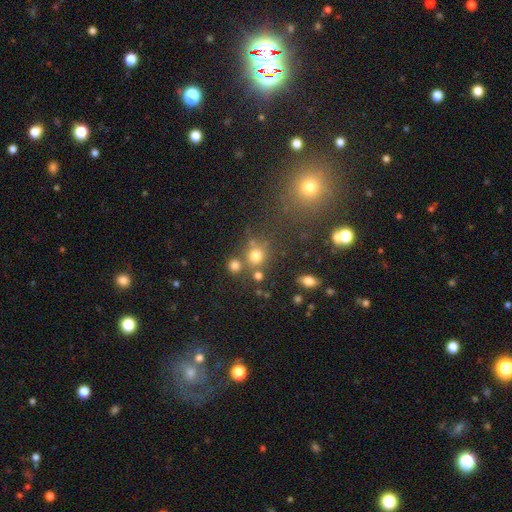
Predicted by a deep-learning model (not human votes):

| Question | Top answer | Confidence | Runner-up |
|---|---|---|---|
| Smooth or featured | smooth | 74% | star or artifact (18%) |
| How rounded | round | 86% | in between (13%) |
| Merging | none | 65% | merger (20%) |